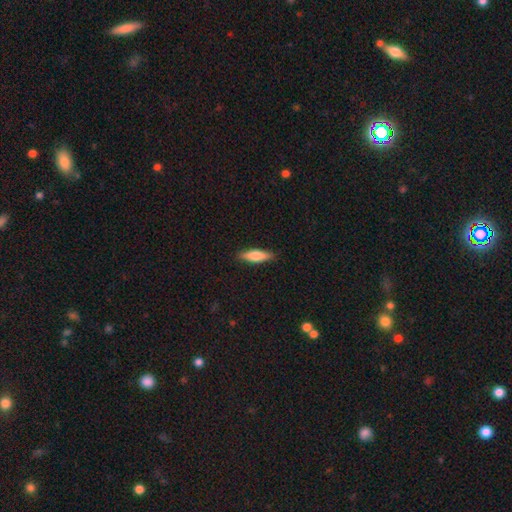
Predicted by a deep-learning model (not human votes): Smooth or featured? Predicted: smooth (p=0.71). How rounded? Predicted: cigar-shaped (p=0.62). Merging? Predicted: none (p=0.88).